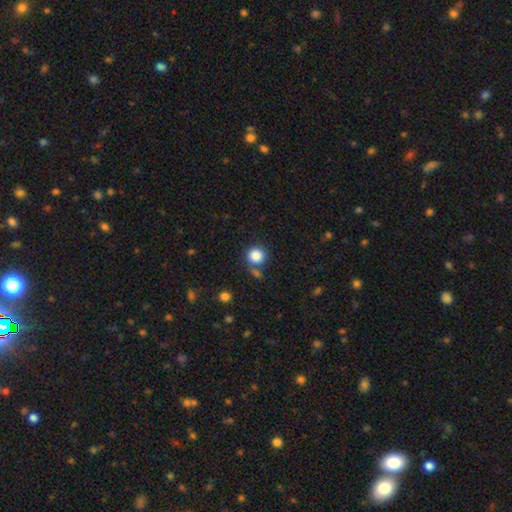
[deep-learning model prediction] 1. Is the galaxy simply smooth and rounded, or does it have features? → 85% smooth, 10% star or artifact, 5% featured or disk.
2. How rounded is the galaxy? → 90% round, 9% in between, 1% cigar-shaped.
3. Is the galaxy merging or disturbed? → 67% none, 15% merger, 12% minor disturbance, 6% major disturbance.